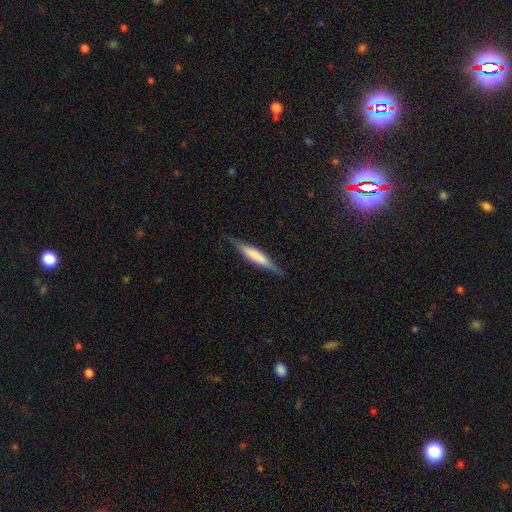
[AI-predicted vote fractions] Smooth or featured: smooth — 54% (featured or disk — 40%)
How rounded: cigar-shaped — 89% (in between — 10%)
Merging: none — 84% (minor disturbance — 12%)